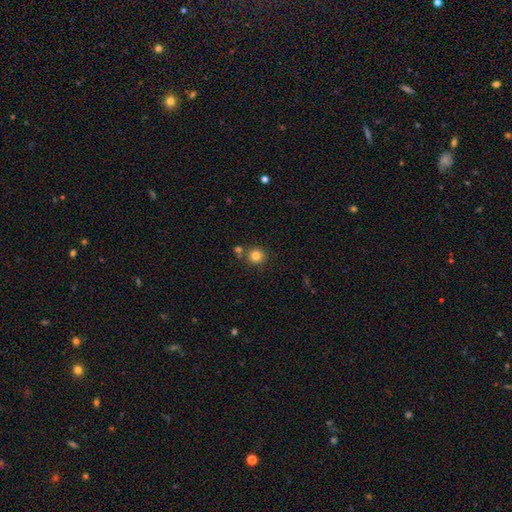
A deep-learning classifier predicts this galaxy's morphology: smooth_or_featured: smooth (p=0.83) [alt: star or artifact p=0.11]
how_rounded: round (p=0.92) [alt: in between p=0.07]
merging: none (p=0.74) [alt: merger p=0.14]